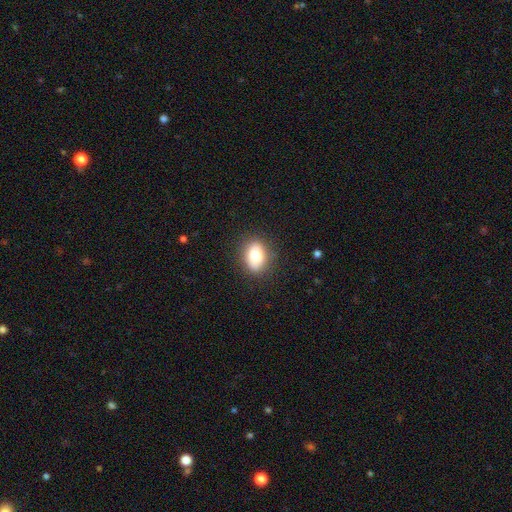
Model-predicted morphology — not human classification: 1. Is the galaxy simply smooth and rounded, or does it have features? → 77% smooth, 14% featured or disk, 9% star or artifact.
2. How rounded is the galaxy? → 73% in between, 25% round, 1% cigar-shaped.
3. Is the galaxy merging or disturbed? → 86% none, 10% minor disturbance, 3% major disturbance, 1% merger.